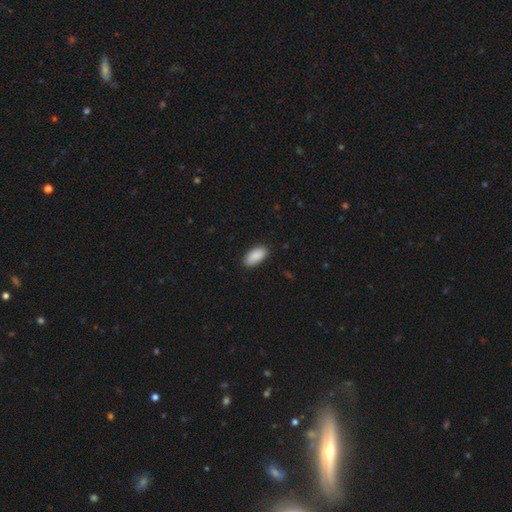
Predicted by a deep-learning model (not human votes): This is clearly a smooth galaxy (91%). How rounded: clearly in between (94%). Merging: clearly none (88%).